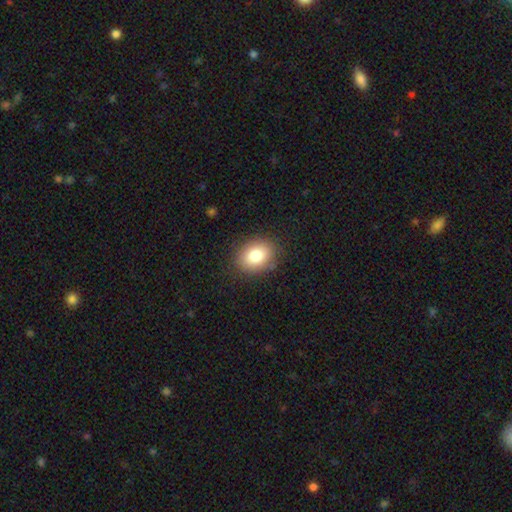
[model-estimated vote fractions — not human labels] Smooth or featured: smooth — 83% (star or artifact — 9%)
How rounded: in between — 64% (round — 35%)
Merging: none — 84% (minor disturbance — 11%)